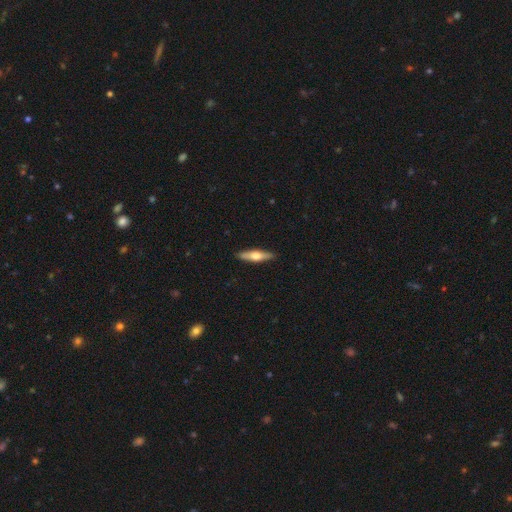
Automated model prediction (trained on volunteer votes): This is possibly a featured or disk galaxy (49%). Merging: clearly none (90%).